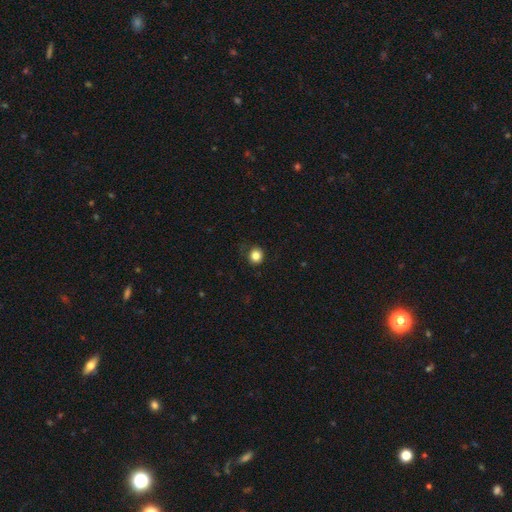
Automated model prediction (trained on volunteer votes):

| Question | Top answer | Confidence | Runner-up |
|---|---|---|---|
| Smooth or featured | smooth | 85% | star or artifact (11%) |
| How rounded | round | 86% | in between (13%) |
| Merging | none | 84% | minor disturbance (12%) |